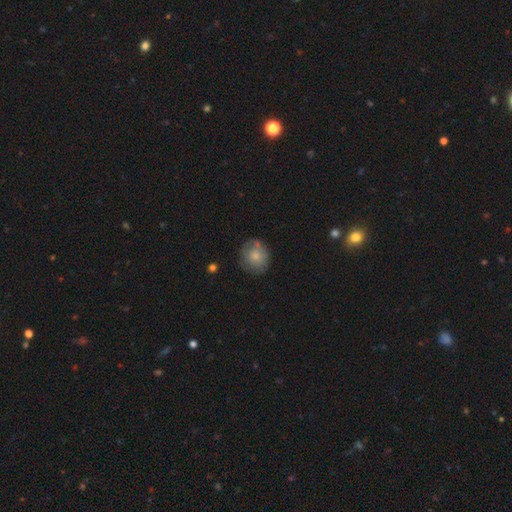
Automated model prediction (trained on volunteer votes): Q: Smooth or featured?
A: smooth (70%); runner-up: featured or disk (23%)
Q: How rounded?
A: round (85%); runner-up: in between (14%)
Q: Merging?
A: none (69%); runner-up: minor disturbance (22%)